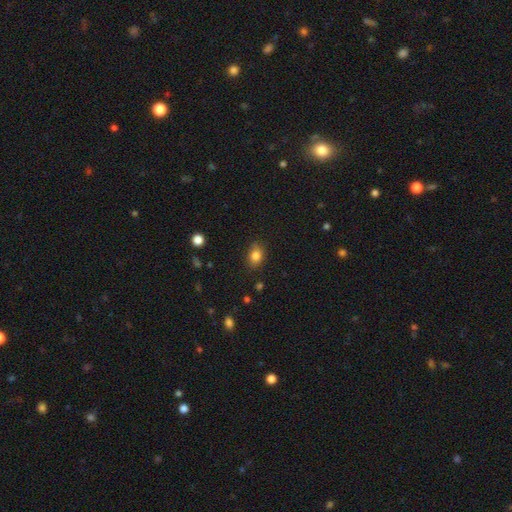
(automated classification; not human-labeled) This is clearly a smooth galaxy (83%). How rounded: likely in between (65%). Merging: clearly none (82%).